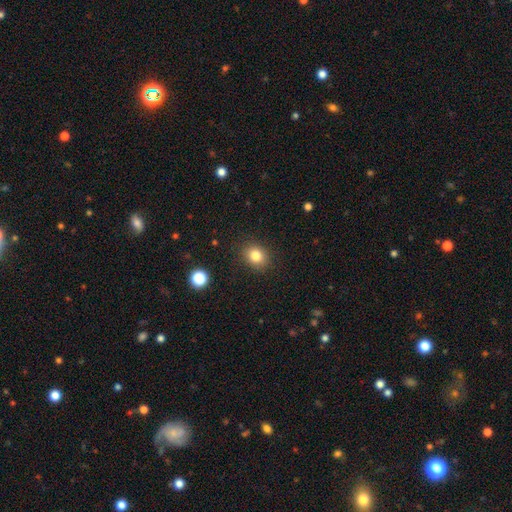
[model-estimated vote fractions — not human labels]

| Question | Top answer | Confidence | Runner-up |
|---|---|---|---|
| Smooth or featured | smooth | 82% | star or artifact (12%) |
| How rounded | round | 62% | in between (37%) |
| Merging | none | 88% | minor disturbance (8%) |